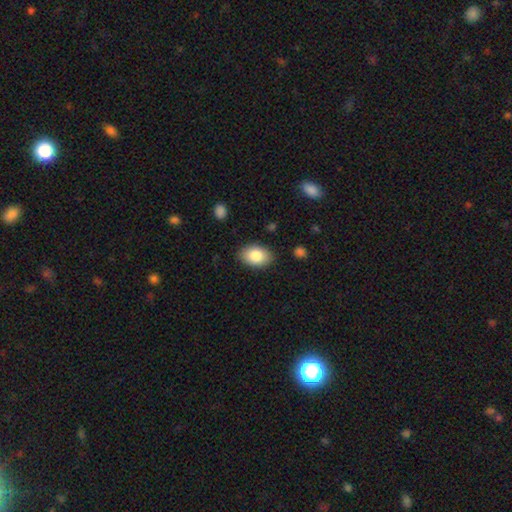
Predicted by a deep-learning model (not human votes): This appears to be a smooth galaxy with no disk features (83%) that is in between round and cigar-shaped (88%). Merging: none (86%).